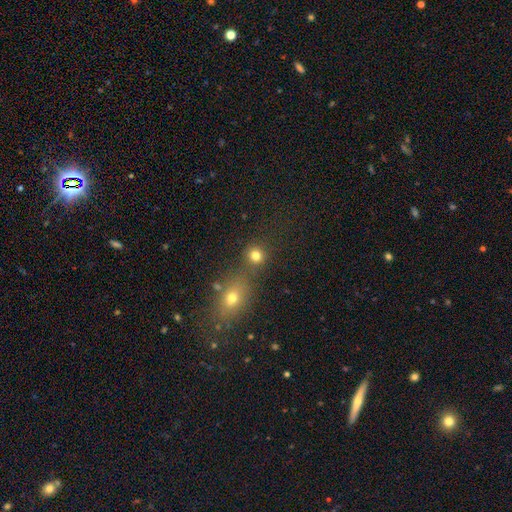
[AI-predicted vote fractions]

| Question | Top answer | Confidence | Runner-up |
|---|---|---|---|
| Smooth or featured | smooth | 78% | star or artifact (15%) |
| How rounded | round | 88% | in between (11%) |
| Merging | none | 69% | merger (19%) |